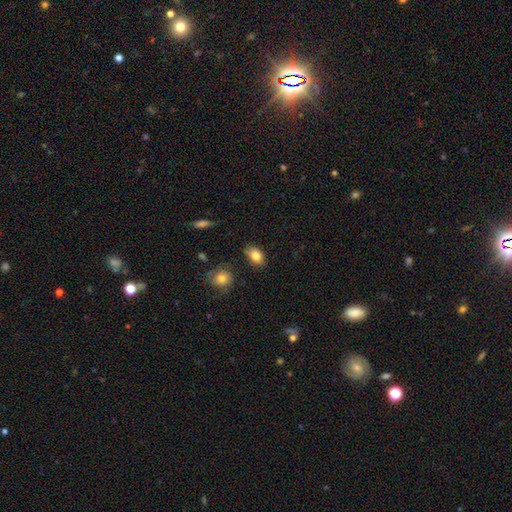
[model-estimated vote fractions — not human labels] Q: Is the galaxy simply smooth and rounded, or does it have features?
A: smooth — 84%.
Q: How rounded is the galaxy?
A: in between — 84%.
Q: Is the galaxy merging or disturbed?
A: none — 77%.